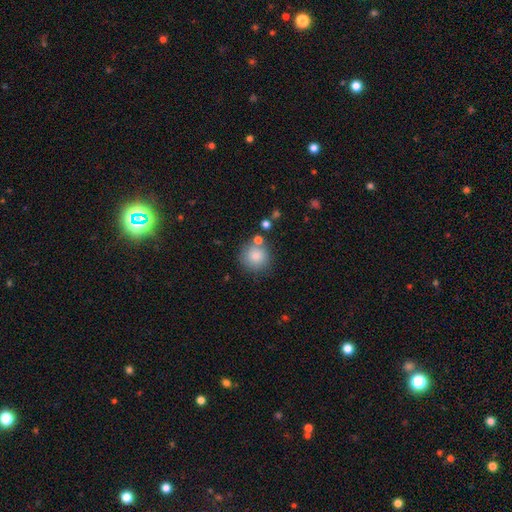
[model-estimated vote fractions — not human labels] Smooth or featured?
  - smooth: 84% *
  - star or artifact: 9%
  - featured or disk: 7%
How rounded?
  - round: 92% *
  - in between: 7%
  - cigar-shaped: 1%
Merging?
  - none: 74% *
  - minor disturbance: 12%
  - merger: 10%
  - major disturbance: 4%